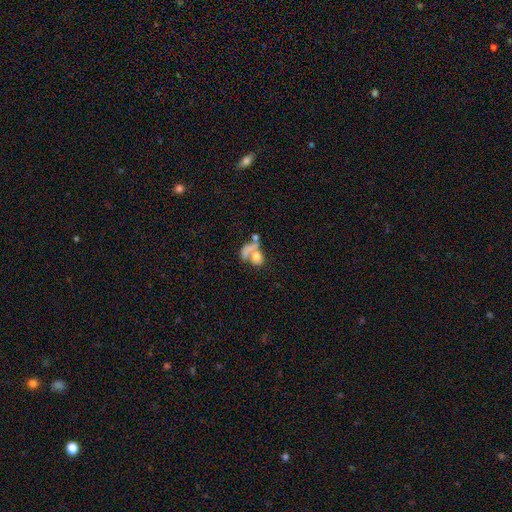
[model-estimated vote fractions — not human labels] smooth-or-featured: smooth: 57% | featured or disk: 31% | star or artifact: 12%
  how-rounded: in between: 62% | round: 35% | cigar-shaped: 3%
  merging: merger: 54% | none: 19% | major disturbance: 18% | minor disturbance: 9%